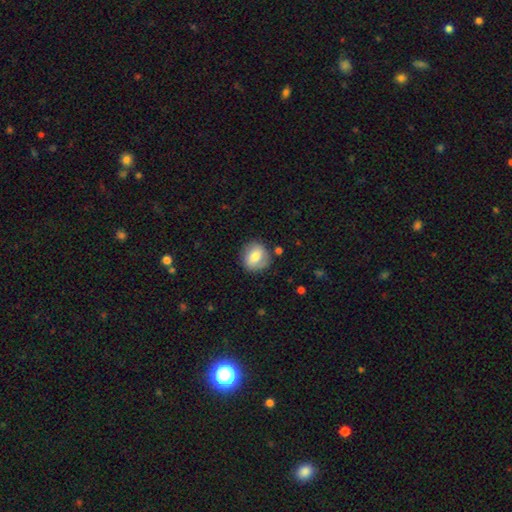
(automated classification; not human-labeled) This is likely a smooth galaxy (70%). How rounded: clearly round (82%). Merging: likely none (80%).